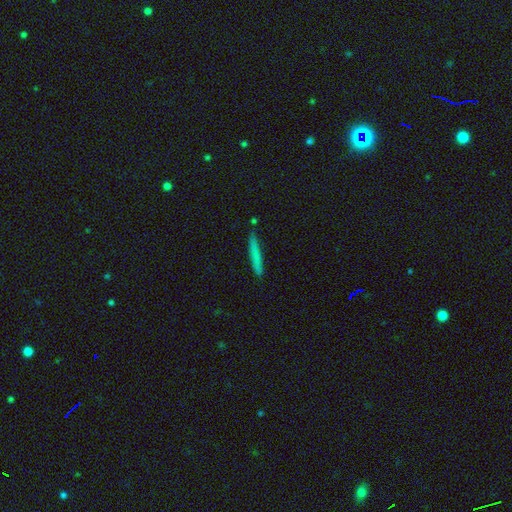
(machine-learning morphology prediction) This is likely a smooth galaxy (72%). How rounded: clearly cigar-shaped (95%). Merging: clearly none (85%).